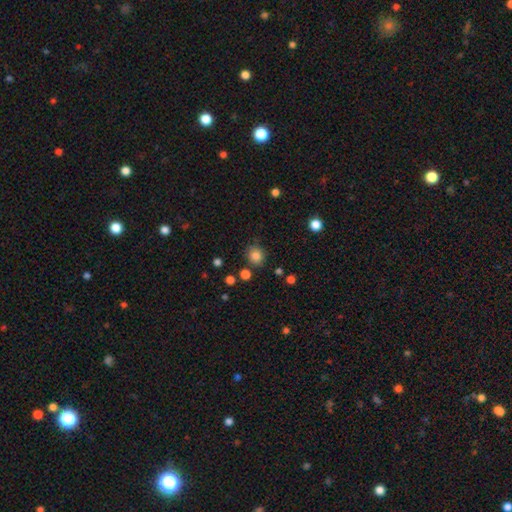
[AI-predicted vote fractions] Overall: smooth (83%). How rounded: round (82%). Merging: none (82%).